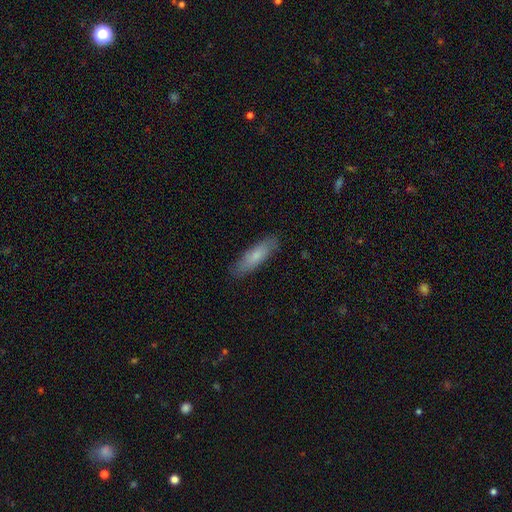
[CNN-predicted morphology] Smooth or featured: smooth — 76% (featured or disk — 18%)
How rounded: cigar-shaped — 65% (in between — 34%)
Merging: none — 86% (minor disturbance — 11%)